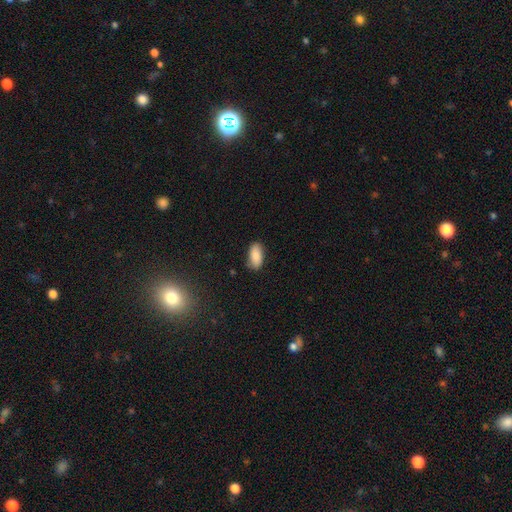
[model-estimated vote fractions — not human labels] Morphology: type=smooth (86%); roundness=in between (91%); merging=none (81%).